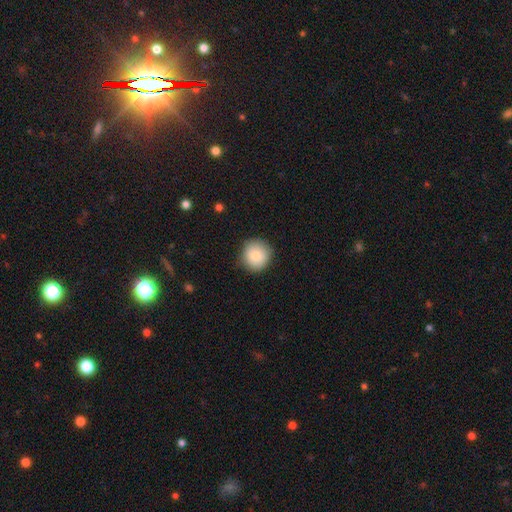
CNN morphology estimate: Smooth or featured?
  - smooth: 84% *
  - featured or disk: 8%
  - star or artifact: 8%
How rounded?
  - round: 93% *
  - in between: 6%
  - cigar-shaped: 1%
Merging?
  - none: 87% *
  - minor disturbance: 10%
  - major disturbance: 2%
  - merger: 1%